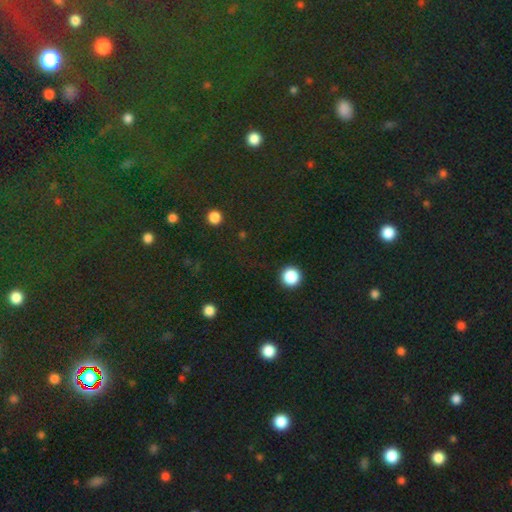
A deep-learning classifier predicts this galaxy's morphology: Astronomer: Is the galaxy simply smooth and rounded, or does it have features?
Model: star or artifact — 73%.